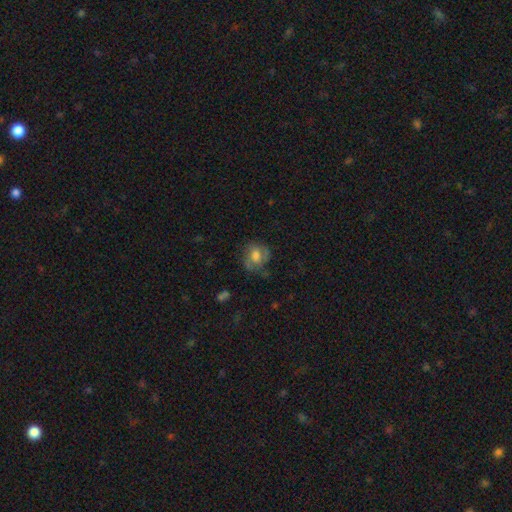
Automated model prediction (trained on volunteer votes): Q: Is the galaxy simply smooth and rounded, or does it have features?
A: smooth — 49%.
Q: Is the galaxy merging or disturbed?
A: none — 56%.